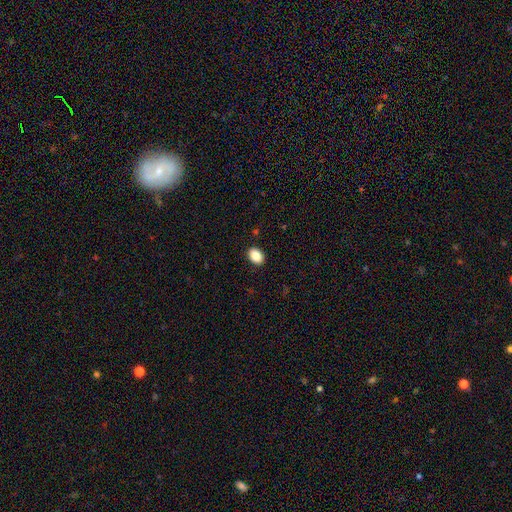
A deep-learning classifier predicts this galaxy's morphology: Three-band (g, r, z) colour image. It shows a smooth galaxy with no disk features (87%) that is in between round and cigar-shaped (77%). Merging: none (90%).